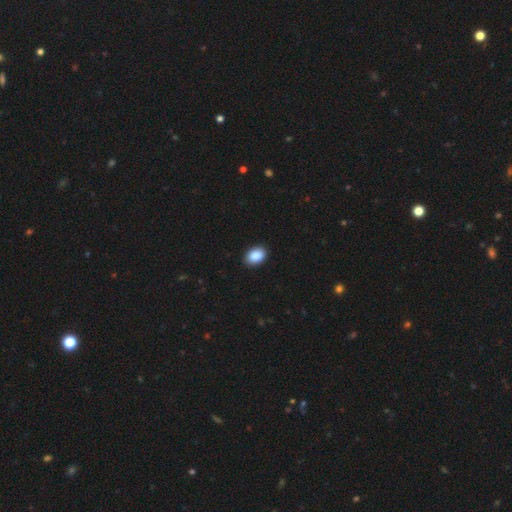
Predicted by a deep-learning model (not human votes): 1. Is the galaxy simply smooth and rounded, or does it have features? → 90% smooth, 7% star or artifact, 3% featured or disk.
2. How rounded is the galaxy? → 82% in between, 17% round, 1% cigar-shaped.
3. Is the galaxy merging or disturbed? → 90% none, 8% minor disturbance, 2% major disturbance, 1% merger.